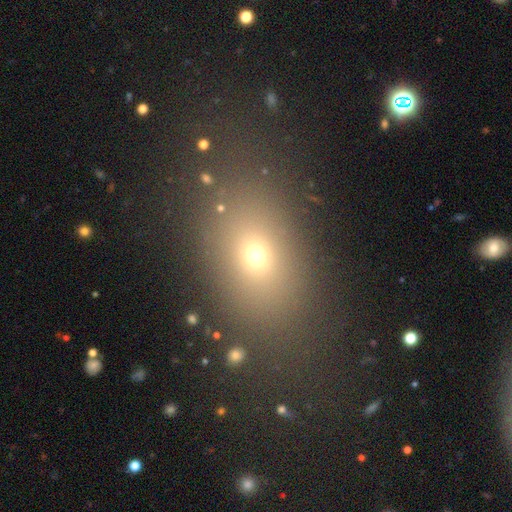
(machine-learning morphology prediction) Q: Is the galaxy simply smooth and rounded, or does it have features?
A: smooth — 65%.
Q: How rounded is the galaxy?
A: in between — 72%.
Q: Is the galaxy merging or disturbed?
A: none — 81%.